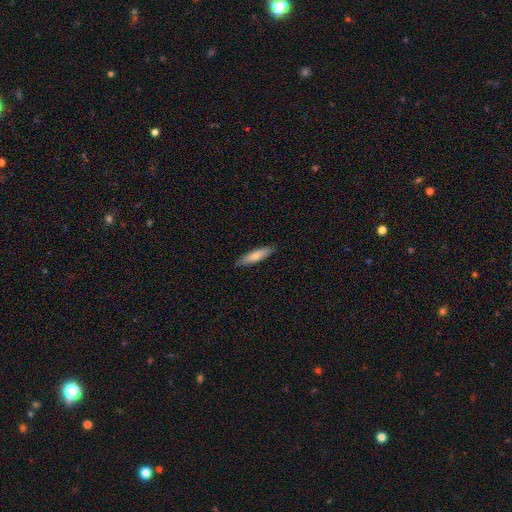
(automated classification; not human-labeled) This appears to be a smooth galaxy with no disk features (76%) that is cigar-shaped (75%). Merging: none (88%).